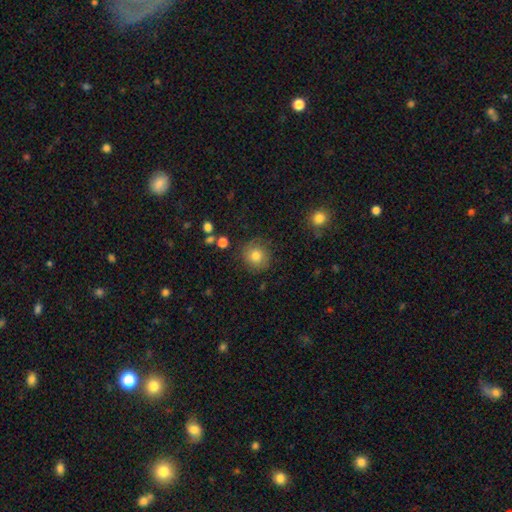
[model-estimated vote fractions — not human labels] Overall: smooth (76%). How rounded: round (90%). Merging: none (83%).